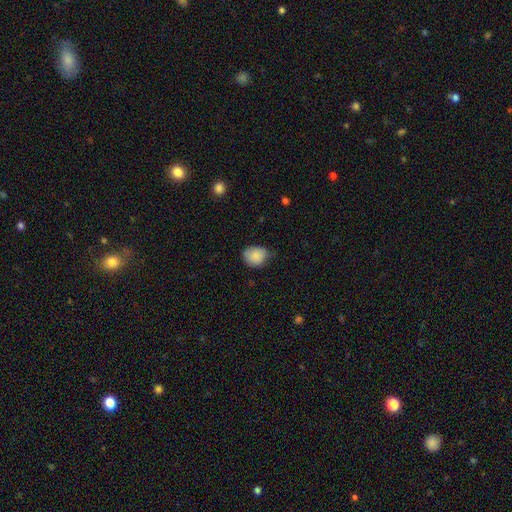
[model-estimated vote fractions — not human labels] Smooth or featured? Predicted: smooth (p=0.86). How rounded? Predicted: round (p=0.58). Merging? Predicted: none (p=0.59).